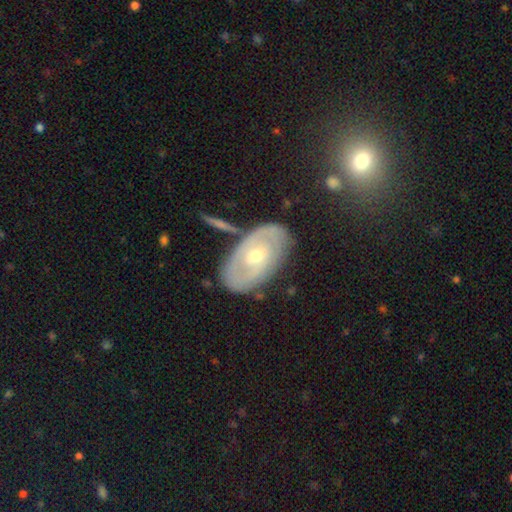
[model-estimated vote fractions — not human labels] The model was most divided on "bulge size": moderate: 51%, small: 46%, large: 2%, none: 1%, dominant: 1%. More confident: edge-on disk — no (92%); merging — none (74%); smooth or featured — featured or disk (73%); spiral arms — yes (72%); bar — no (52%).